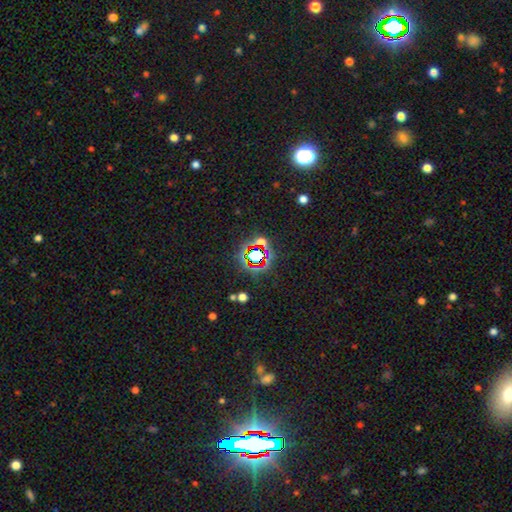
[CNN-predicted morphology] This appears to be a star or artifact, not a galaxy (71%).